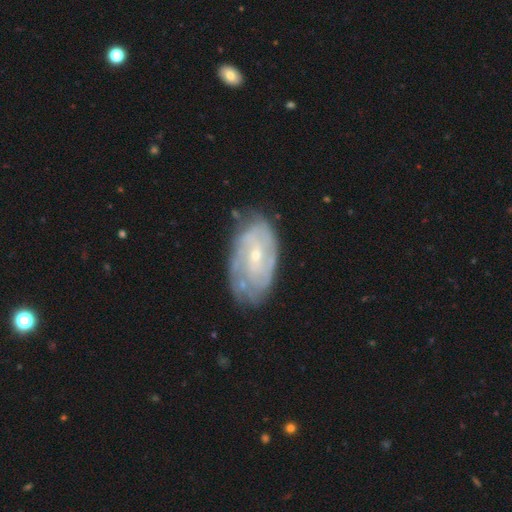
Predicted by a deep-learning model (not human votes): smooth_or_featured: featured or disk (p=0.77) [alt: smooth p=0.17]
disk_edge_on: no (p=0.95) [alt: yes p=0.05]
bar: no (p=0.53) [alt: weak p=0.37]
has_spiral_arms: yes (p=0.85) [alt: no p=0.15]
spiral_winding: tight (p=0.63) [alt: medium p=0.28]
spiral_arm_count: can't tell (p=0.47) [alt: 2 p=0.26]
bulge_size: small (p=0.74) [alt: moderate p=0.23]
merging: none (p=0.71) [alt: minor disturbance p=0.21]